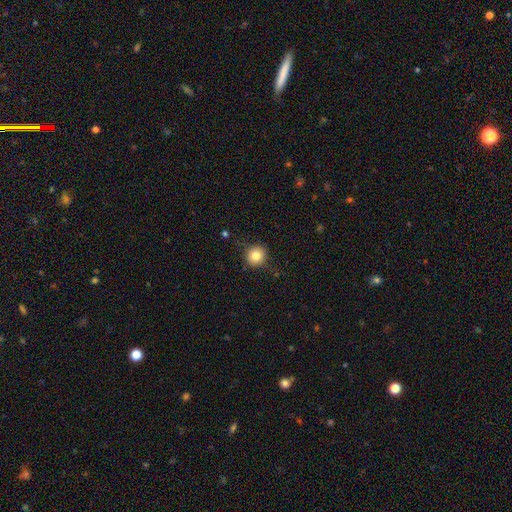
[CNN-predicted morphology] Smooth or featured: smooth — 82% (star or artifact — 11%)
How rounded: round — 93% (in between — 6%)
Merging: none — 85% (minor disturbance — 11%)